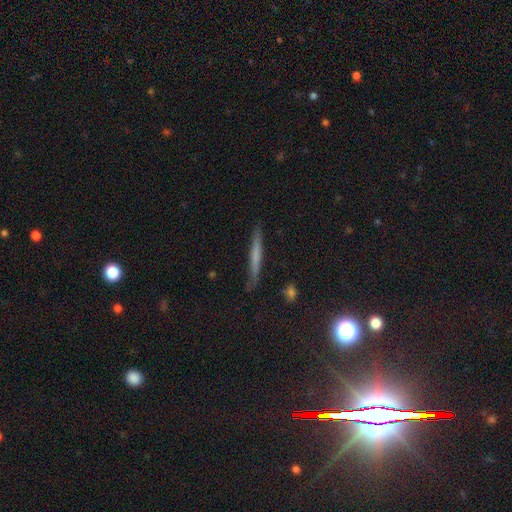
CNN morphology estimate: Smooth or featured? Predicted: smooth (p=0.52). How rounded? Predicted: cigar-shaped (p=0.95). Merging? Predicted: none (p=0.83).